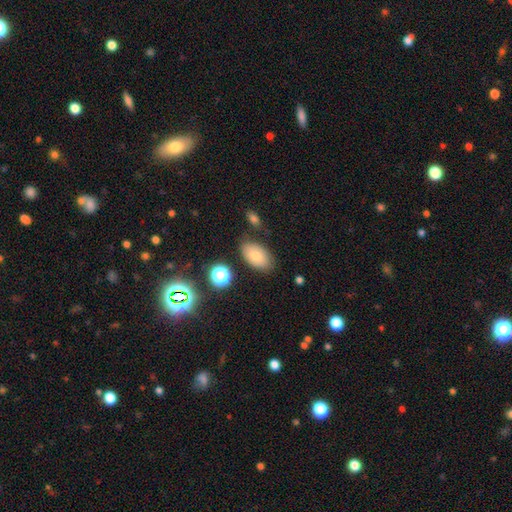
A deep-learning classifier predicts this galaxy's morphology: smooth 73%, featured or disk 16%, star or artifact 11%. Down the decision tree: how rounded — in between (91%); merging — none (77%).